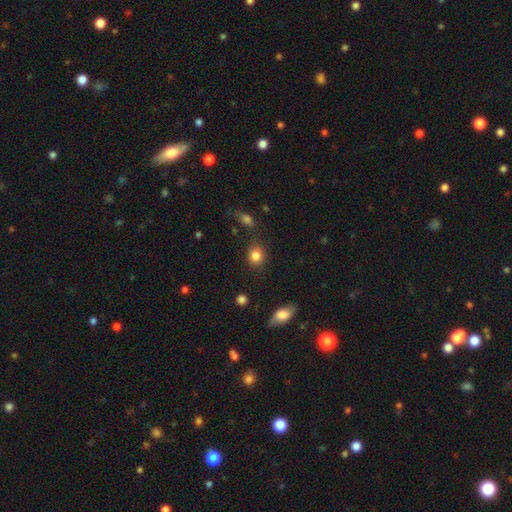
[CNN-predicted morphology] smooth-or-featured: smooth: 85% | star or artifact: 10% | featured or disk: 5%
  how-rounded: round: 70% | in between: 29% | cigar-shaped: 1%
  merging: none: 83% | minor disturbance: 11% | major disturbance: 3% | merger: 3%